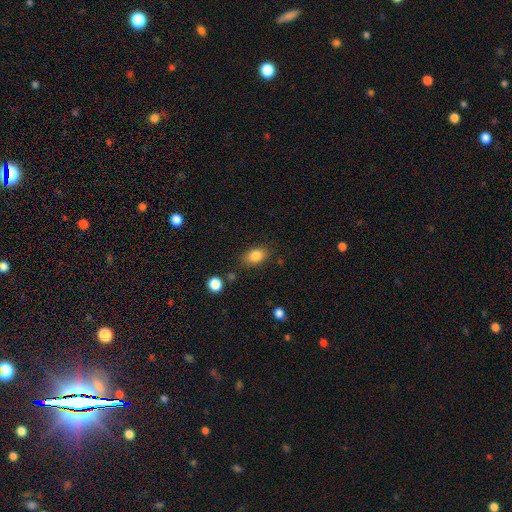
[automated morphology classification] Smooth or featured? smooth (84%)
How rounded? in between (79%)
Merging? none (79%)